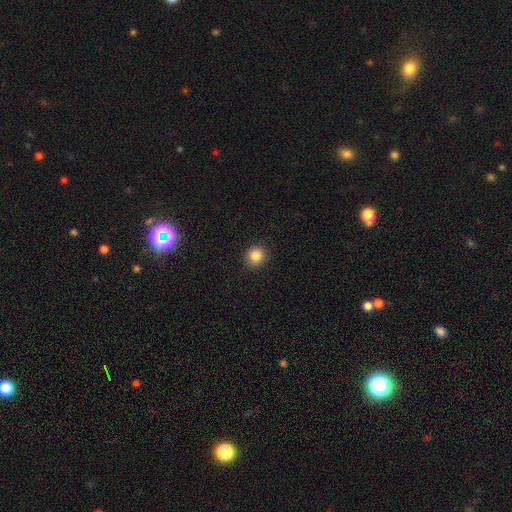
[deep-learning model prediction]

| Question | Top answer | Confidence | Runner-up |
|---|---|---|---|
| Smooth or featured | smooth | 85% | star or artifact (11%) |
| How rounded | round | 91% | in between (8%) |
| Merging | none | 92% | minor disturbance (6%) |